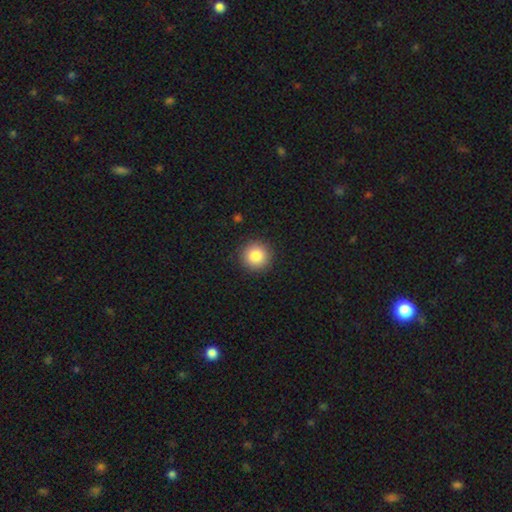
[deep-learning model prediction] Smooth or featured? Predicted: smooth (p=0.85). How rounded? Predicted: round (p=0.95). Merging? Predicted: none (p=0.91).